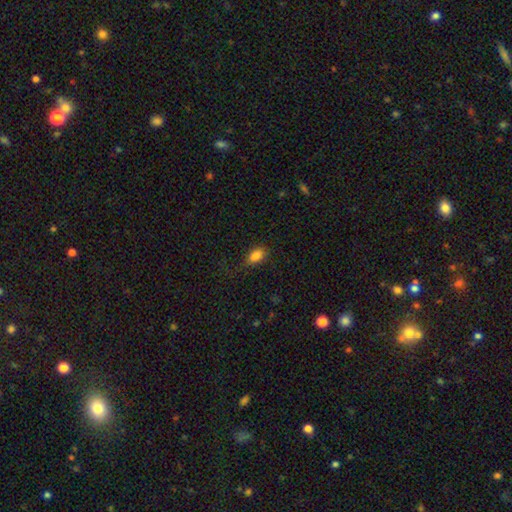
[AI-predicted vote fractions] This is clearly a smooth galaxy (85%). How rounded: clearly in between (89%). Merging: likely none (72%).